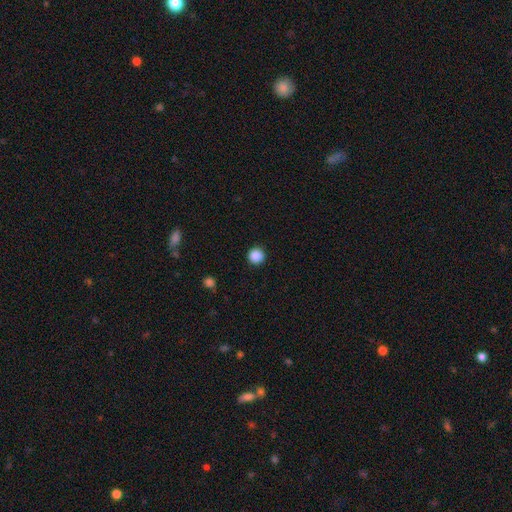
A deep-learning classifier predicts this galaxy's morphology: A smooth galaxy with no disk features (87%) that is round (96%). Merging: none (93%).